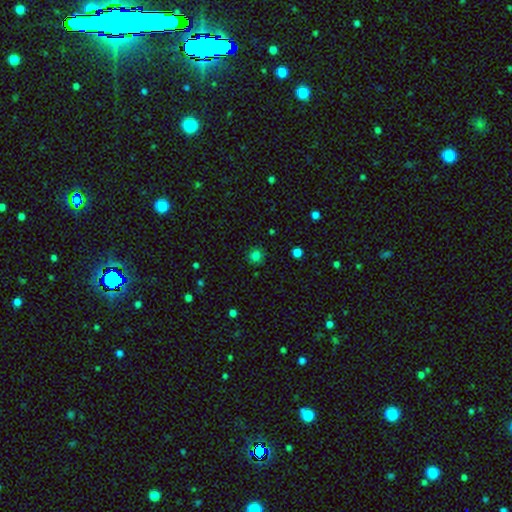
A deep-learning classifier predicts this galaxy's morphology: smooth 81%, star or artifact 15%, featured or disk 4%. Down the decision tree: how rounded — round (90%); merging — none (88%).